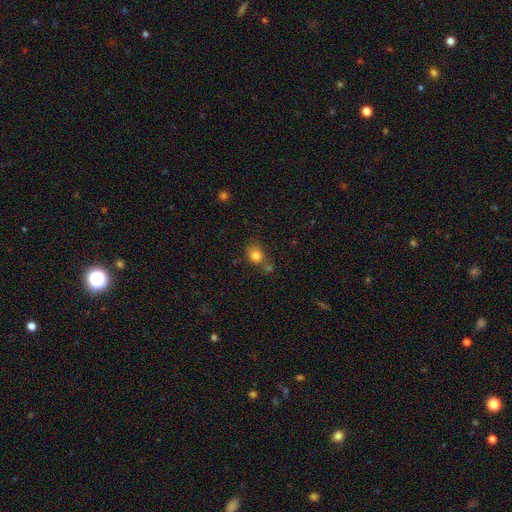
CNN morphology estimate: This appears to be a smooth galaxy with no disk features (81%) that is round (60%). Merging: none (54%).